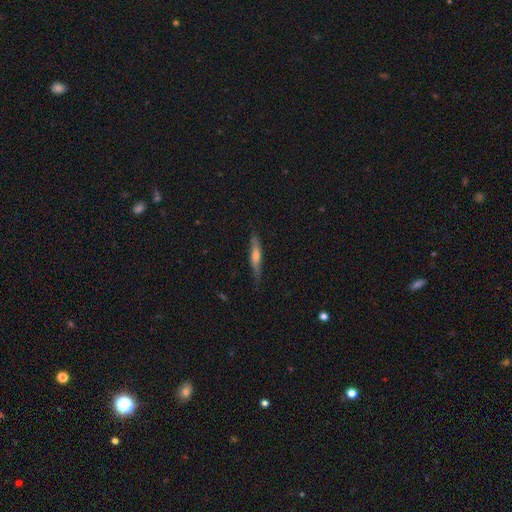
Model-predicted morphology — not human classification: smooth-or-featured: featured or disk: 57% | smooth: 36% | star or artifact: 7%
  disk-edge-on: yes: 91% | no: 9%
    edge-on-bulge: rounded: 80% | none: 15% | boxy: 6%
  merging: none: 80% | minor disturbance: 16% | major disturbance: 3% | merger: 1%